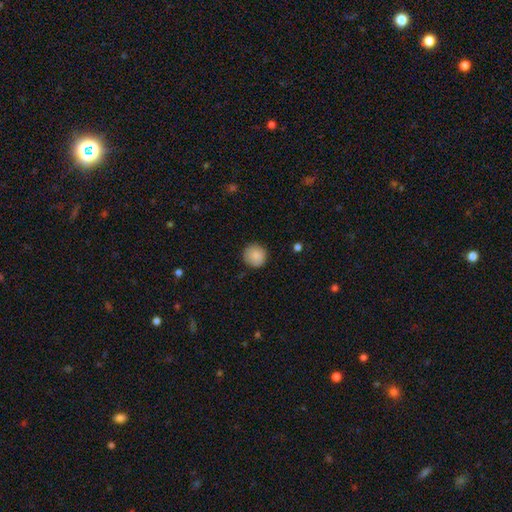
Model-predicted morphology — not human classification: Smooth or featured: smooth — 87% (star or artifact — 8%)
How rounded: round — 94% (in between — 5%)
Merging: none — 88% (minor disturbance — 9%)